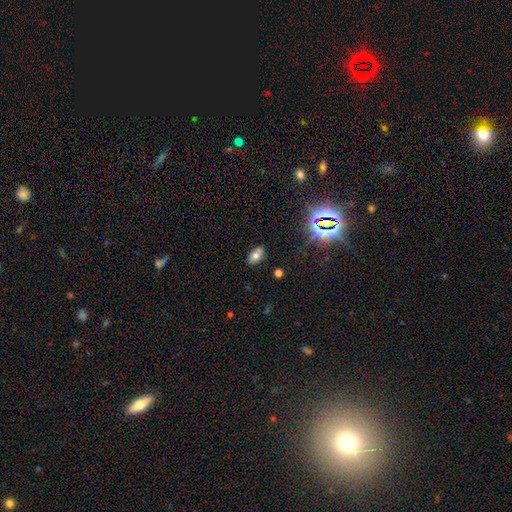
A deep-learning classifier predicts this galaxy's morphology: A smooth galaxy with no disk features (69%) that is in between round and cigar-shaped (90%). Merging: none (84%).